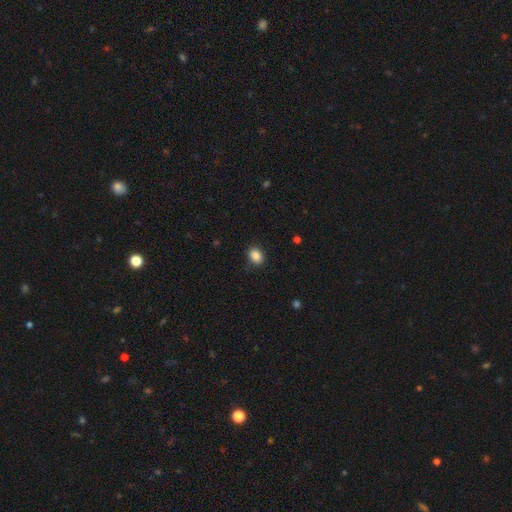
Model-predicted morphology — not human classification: The model was most divided on "how rounded": in between: 57%, round: 42%, cigar-shaped: 1%. More confident: merging — none (87%); smooth or featured — smooth (87%).